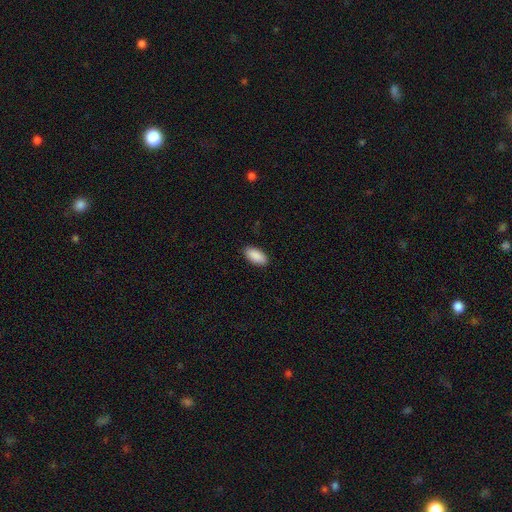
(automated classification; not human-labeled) This appears to be a smooth galaxy with no disk features (91%) that is in between round and cigar-shaped (93%). Merging: none (90%).